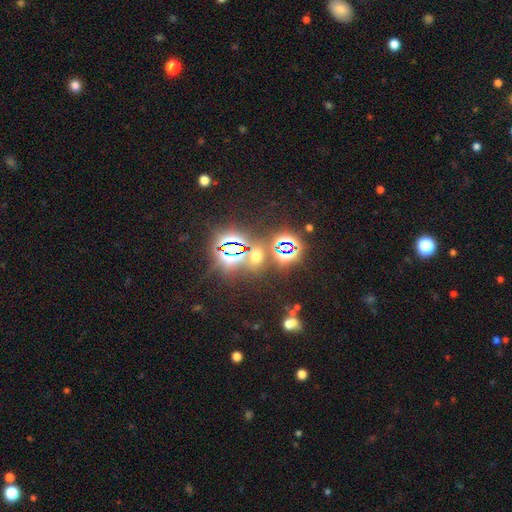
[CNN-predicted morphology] A star or artifact, not a galaxy (69%).

Vote fractions:
- Smooth or featured? star or artifact: 69% / smooth: 24% / featured or disk: 7%